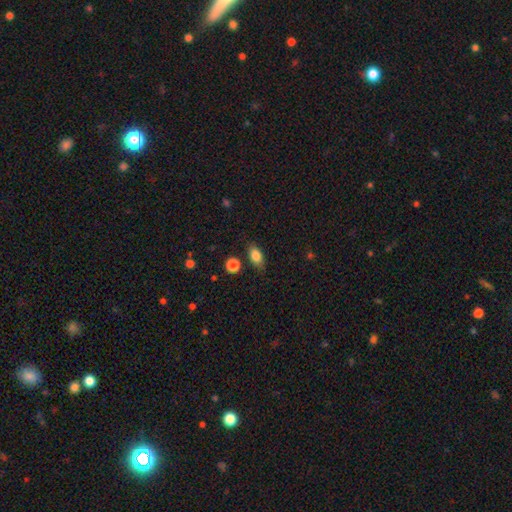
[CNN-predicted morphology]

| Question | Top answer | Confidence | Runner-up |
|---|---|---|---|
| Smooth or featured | smooth | 83% | star or artifact (9%) |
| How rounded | in between | 82% | round (12%) |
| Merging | none | 80% | minor disturbance (14%) |